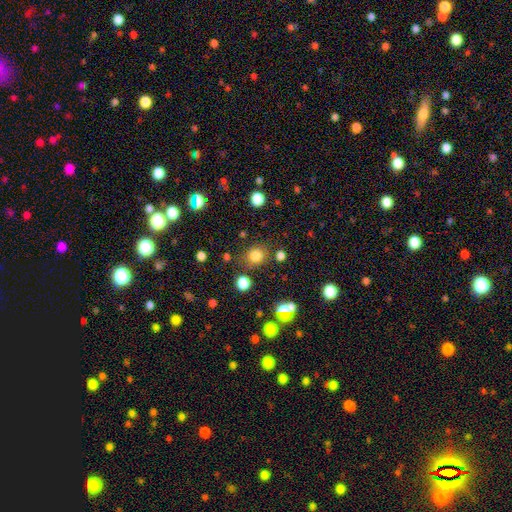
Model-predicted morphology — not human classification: smooth_or_featured: smooth (p=0.77) [alt: star or artifact p=0.16]
how_rounded: round (p=0.71) [alt: in between p=0.28]
merging: none (p=0.78) [alt: minor disturbance p=0.12]